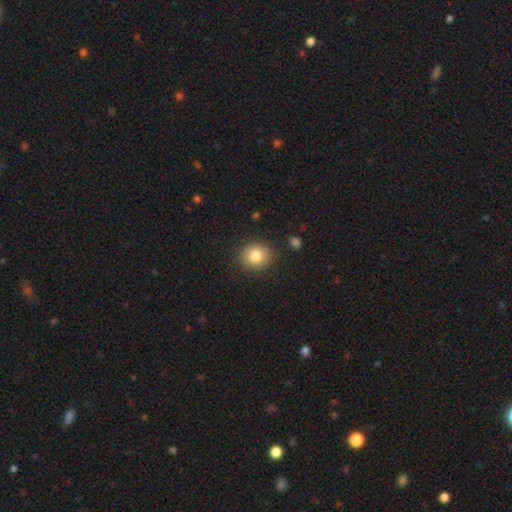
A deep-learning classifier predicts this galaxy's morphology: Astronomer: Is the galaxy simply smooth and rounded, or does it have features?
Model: smooth — 82%.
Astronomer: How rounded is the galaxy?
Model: round — 82%.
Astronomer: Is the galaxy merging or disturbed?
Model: none — 87%.